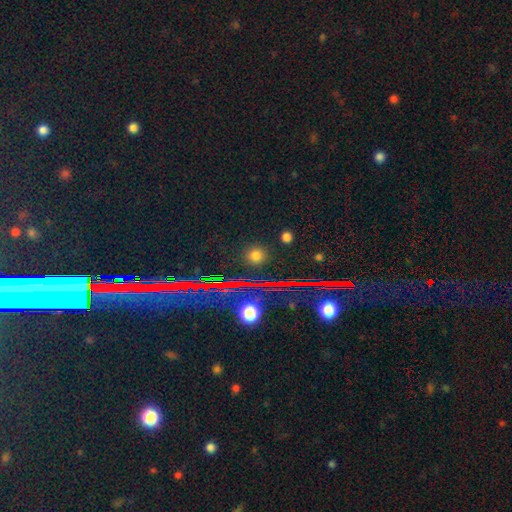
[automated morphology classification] Smooth or featured: smooth — 64% (star or artifact — 30%)
How rounded: round — 91% (in between — 8%)
Merging: none — 89% (minor disturbance — 6%)